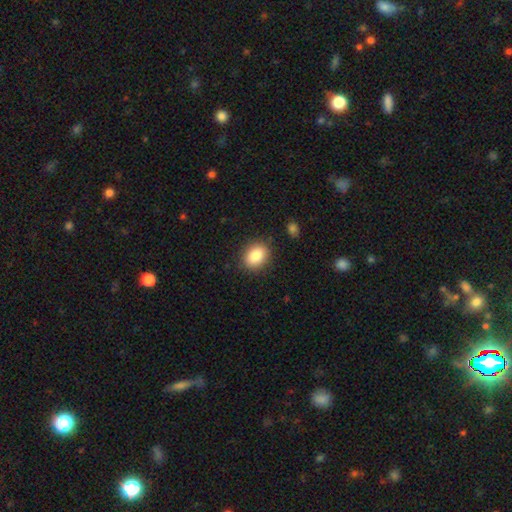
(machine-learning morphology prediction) smooth_or_featured: smooth (p=0.86) [alt: star or artifact p=0.08]
how_rounded: in between (p=0.56) [alt: round p=0.43]
merging: none (p=0.87) [alt: minor disturbance p=0.09]